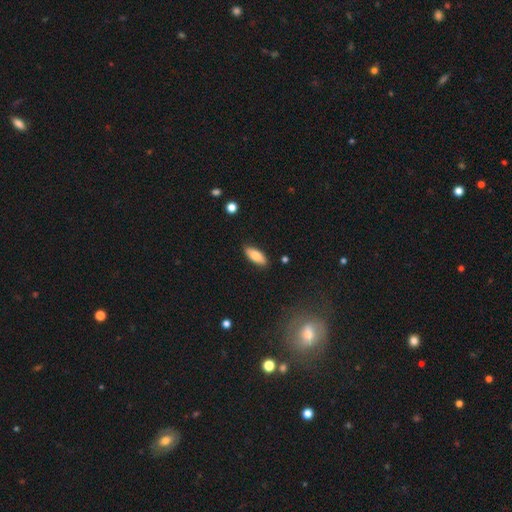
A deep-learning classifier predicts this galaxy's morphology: This is clearly a smooth galaxy (84%). How rounded: likely in between (80%). Merging: clearly none (85%).